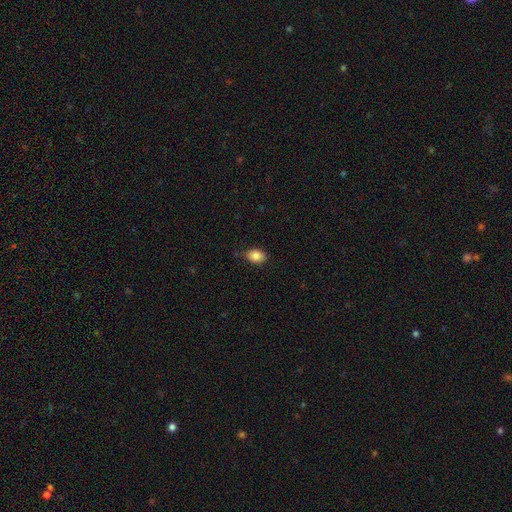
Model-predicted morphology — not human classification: A smooth galaxy with no disk features (86%) that is in between round and cigar-shaped (78%).

Vote fractions:
- Smooth or featured? smooth: 86% / star or artifact: 8% / featured or disk: 5%
- How rounded? in between: 78% / round: 20% / cigar-shaped: 1%
- Merging? none: 76% / minor disturbance: 19% / major disturbance: 3% / merger: 1%